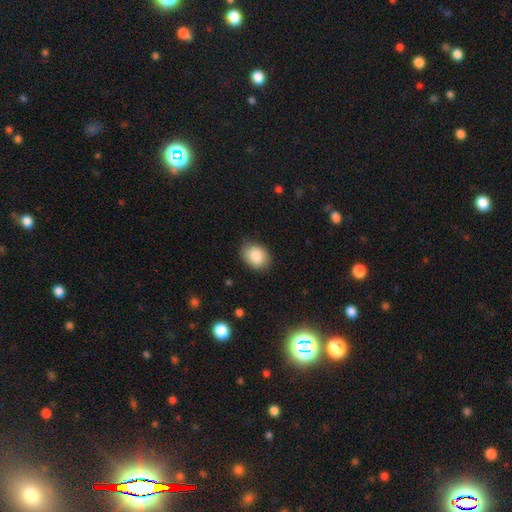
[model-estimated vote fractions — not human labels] Smooth or featured? smooth (85%)
How rounded? in between (70%)
Merging? none (79%)